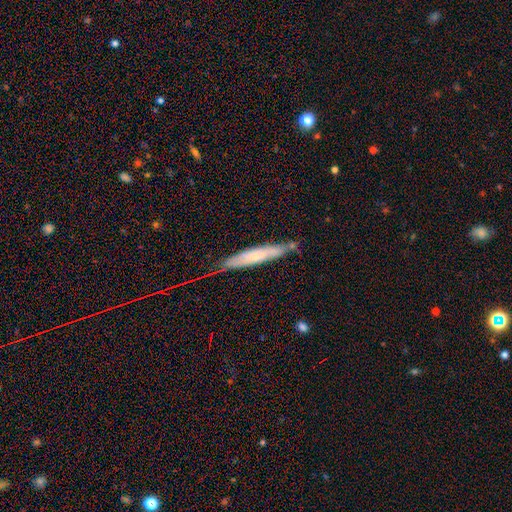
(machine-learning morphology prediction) Q: Smooth or featured?
A: smooth (54%); runner-up: featured or disk (40%)
Q: How rounded?
A: cigar-shaped (91%); runner-up: in between (8%)
Q: Merging?
A: none (60%); runner-up: minor disturbance (27%)